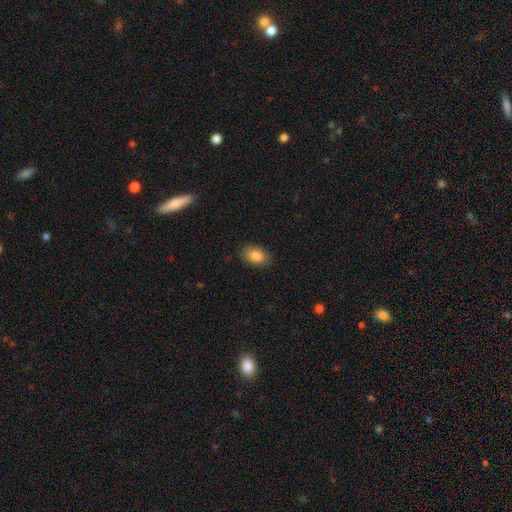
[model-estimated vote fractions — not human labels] A smooth galaxy with no disk features (87%) that is in between round and cigar-shaped (89%). Merging: none (85%).